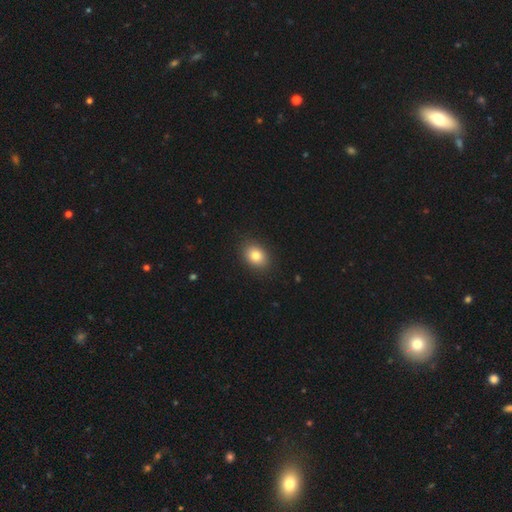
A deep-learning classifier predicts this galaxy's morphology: type=smooth (81%); roundness=in between (67%); merging=none (89%).